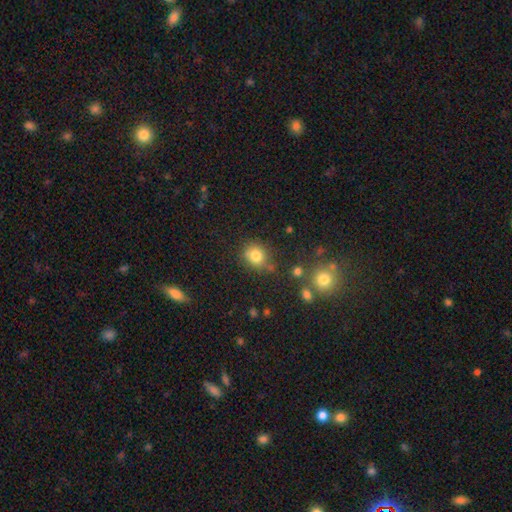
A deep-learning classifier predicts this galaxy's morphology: Smooth or featured? Predicted: smooth (p=0.80). How rounded? Predicted: round (p=0.72). Merging? Predicted: none (p=0.70).